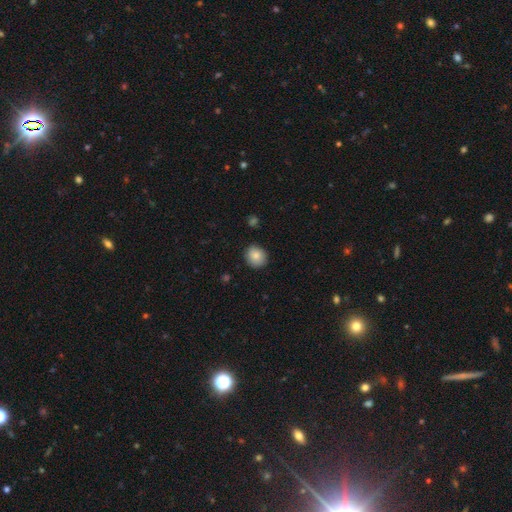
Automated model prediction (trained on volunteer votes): Overall: smooth (85%). How rounded: round (83%). Merging: none (86%).